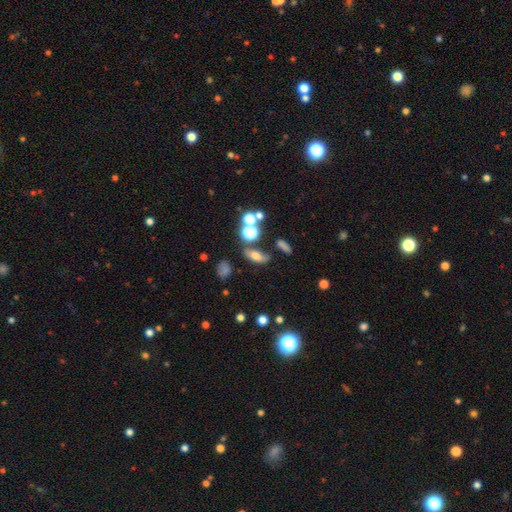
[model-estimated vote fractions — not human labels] smooth_or_featured: smooth (p=0.57) [alt: featured or disk p=0.25]
how_rounded: in between (p=0.65) [alt: cigar-shaped p=0.19]
merging: none (p=0.66) [alt: minor disturbance p=0.16]